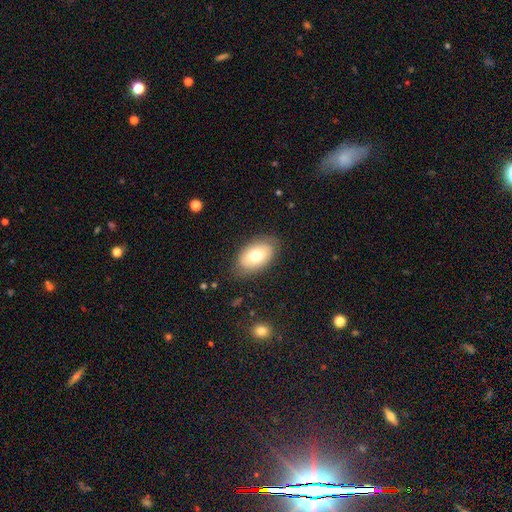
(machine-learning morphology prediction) Smooth or featured: smooth — 69% (featured or disk — 24%)
How rounded: in between — 92% (round — 7%)
Merging: none — 80% (minor disturbance — 15%)